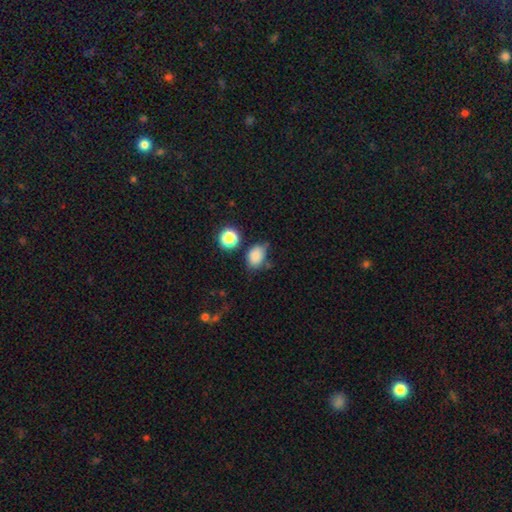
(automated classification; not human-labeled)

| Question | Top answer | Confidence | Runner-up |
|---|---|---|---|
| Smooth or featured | smooth | 83% | star or artifact (12%) |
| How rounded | in between | 71% | round (28%) |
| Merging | none | 60% | minor disturbance (26%) |